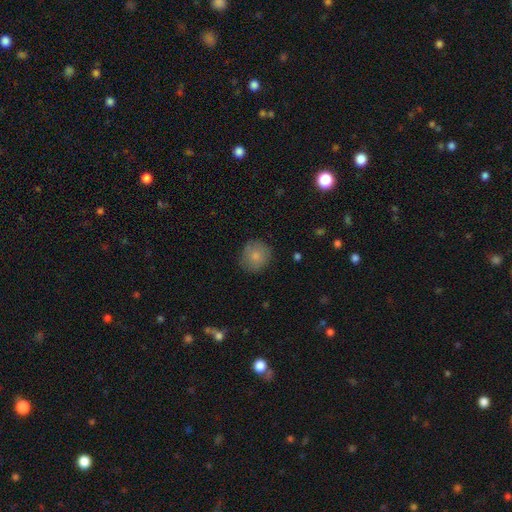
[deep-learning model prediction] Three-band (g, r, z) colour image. It shows a smooth galaxy with no disk features (79%) that is round (89%). Merging: none (80%).